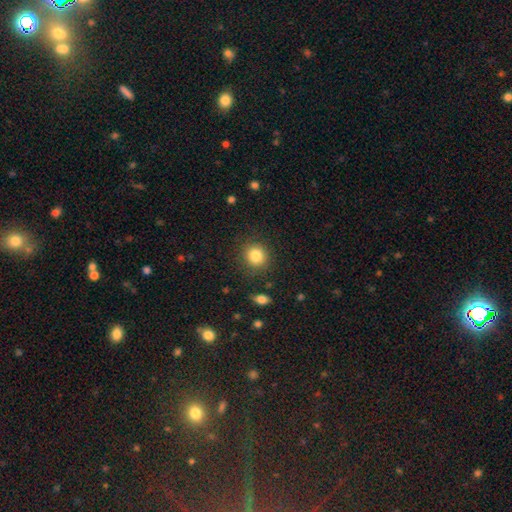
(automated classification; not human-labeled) Smooth or featured?
  - smooth: 83% *
  - star or artifact: 10%
  - featured or disk: 6%
How rounded?
  - round: 86% *
  - in between: 13%
  - cigar-shaped: 1%
Merging?
  - none: 87% *
  - minor disturbance: 8%
  - major disturbance: 3%
  - merger: 2%